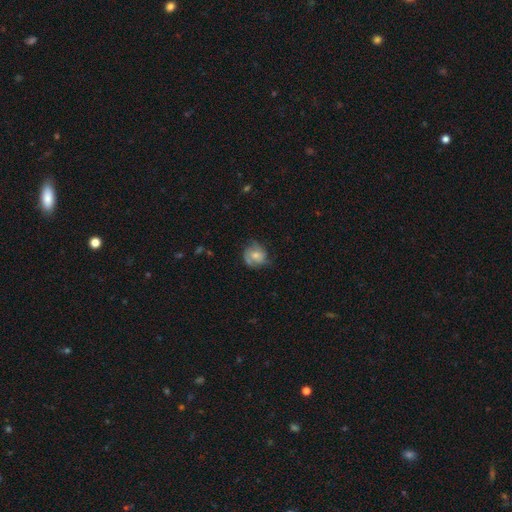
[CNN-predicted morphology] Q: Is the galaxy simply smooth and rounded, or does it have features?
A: smooth — 49%.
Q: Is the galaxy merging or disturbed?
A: none — 57%.